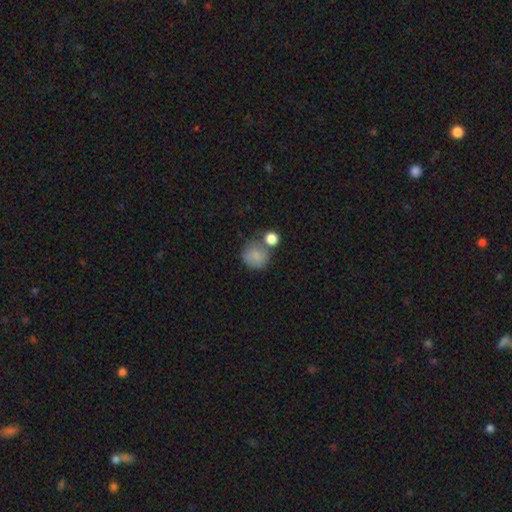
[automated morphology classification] This appears to be a smooth galaxy with no disk features (80%) that is round (83%). Merging: none (50%).